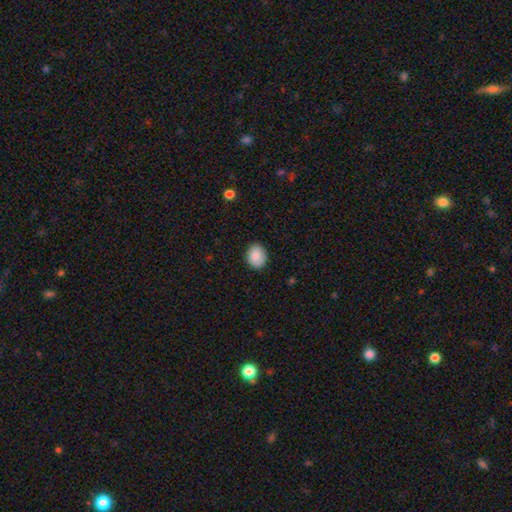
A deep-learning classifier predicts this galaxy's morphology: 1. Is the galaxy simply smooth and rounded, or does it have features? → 87% smooth, 7% star or artifact, 6% featured or disk.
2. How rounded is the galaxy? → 50% round, 49% in between, 1% cigar-shaped.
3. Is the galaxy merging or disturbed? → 87% none, 10% minor disturbance, 2% major disturbance, 1% merger.